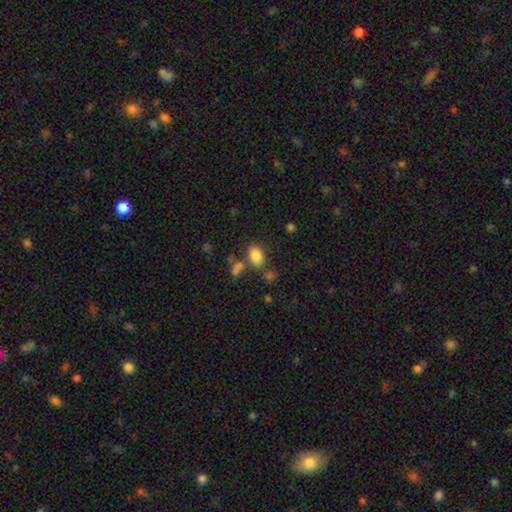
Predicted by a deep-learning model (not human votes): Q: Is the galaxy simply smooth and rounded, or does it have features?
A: smooth — 83%.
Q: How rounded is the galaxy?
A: in between — 81%.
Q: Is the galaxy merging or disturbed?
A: none — 66%.